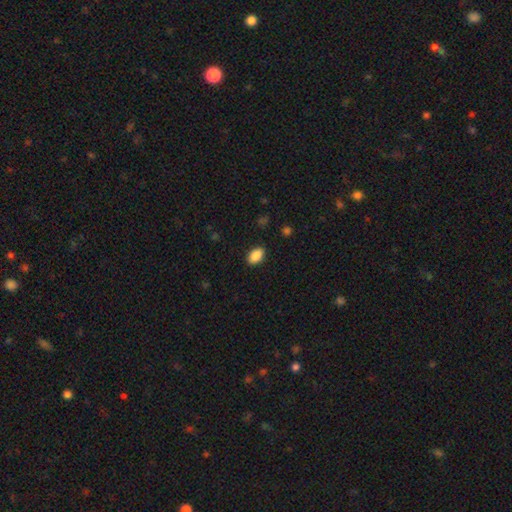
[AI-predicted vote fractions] Smooth or featured? smooth (88%)
How rounded? in between (90%)
Merging? none (88%)